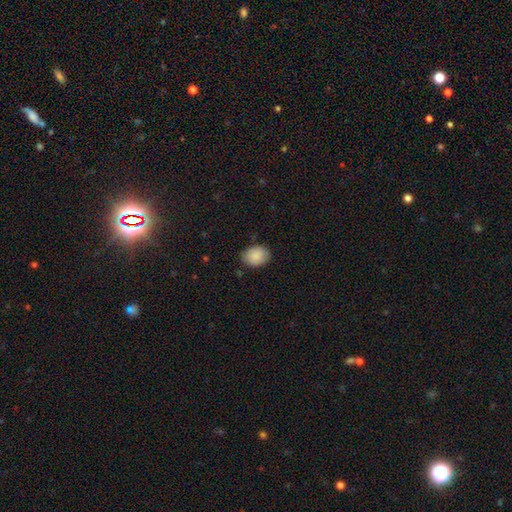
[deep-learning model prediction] This is clearly a smooth galaxy (89%). How rounded: likely in between (71%). Merging: clearly none (81%).